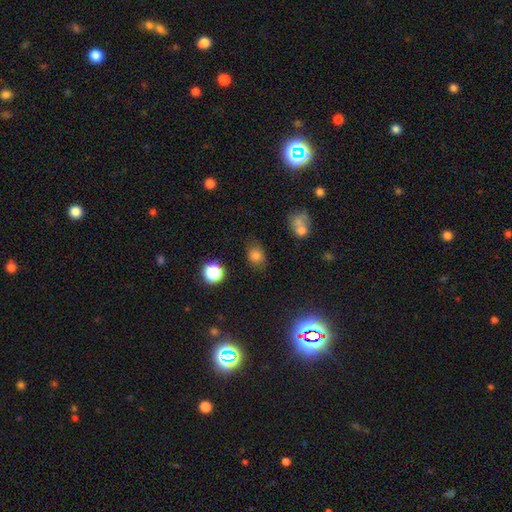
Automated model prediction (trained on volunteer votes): smooth 77%, star or artifact 16%, featured or disk 7%. Down the decision tree: how rounded — round (50%); merging — none (75%).